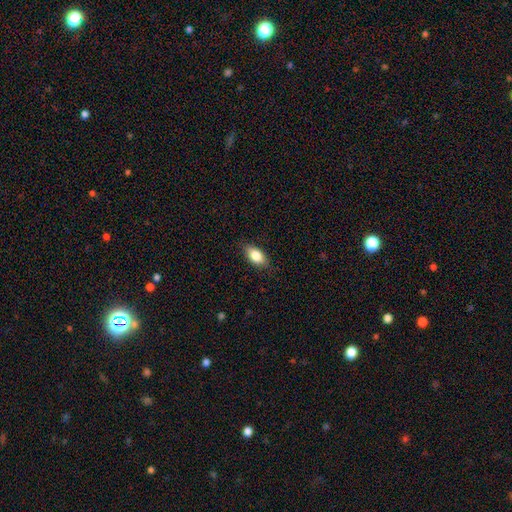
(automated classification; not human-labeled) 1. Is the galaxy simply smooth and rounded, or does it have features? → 82% smooth, 11% featured or disk, 7% star or artifact.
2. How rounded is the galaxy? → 88% in between, 6% cigar-shaped, 6% round.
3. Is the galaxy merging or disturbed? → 84% none, 12% minor disturbance, 3% major disturbance, 1% merger.